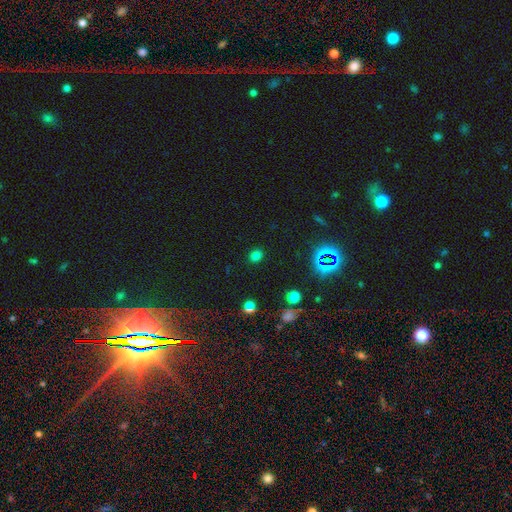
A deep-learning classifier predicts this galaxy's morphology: Smooth or featured?
  - smooth: 71% *
  - star or artifact: 24%
  - featured or disk: 5%
How rounded?
  - round: 66% *
  - in between: 33%
  - cigar-shaped: 1%
Merging?
  - none: 88% *
  - minor disturbance: 8%
  - major disturbance: 3%
  - merger: 2%